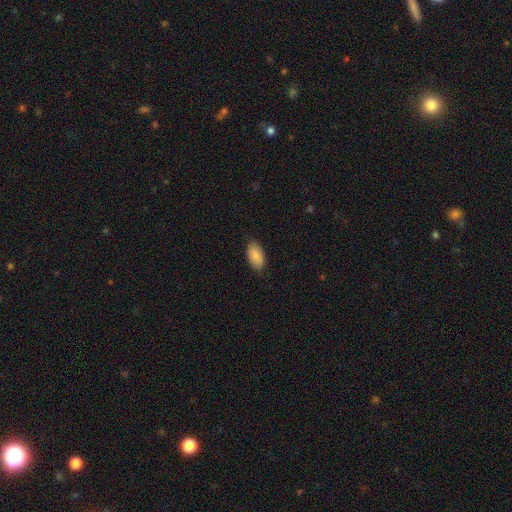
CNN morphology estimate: This appears to be a smooth galaxy with no disk features (86%) that is in between round and cigar-shaped (95%). Merging: none (82%).